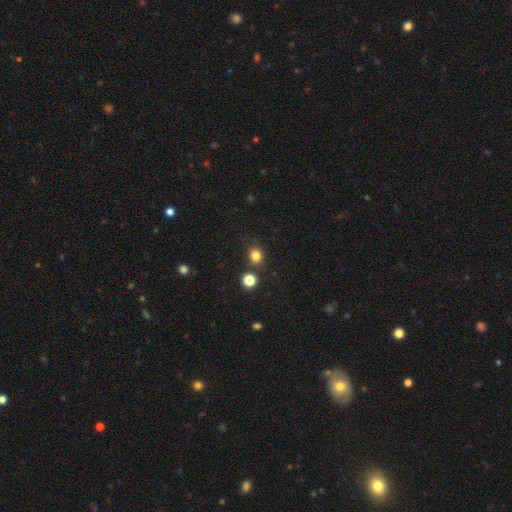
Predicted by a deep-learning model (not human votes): A smooth galaxy with no disk features (82%) that is round (78%). Merging: none (82%).